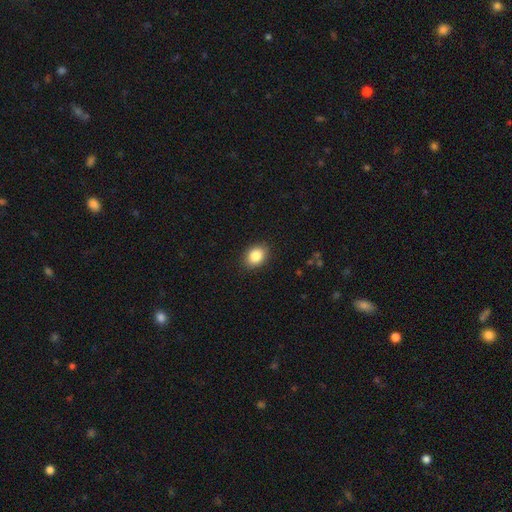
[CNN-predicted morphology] Smooth or featured? Predicted: smooth (p=0.86). How rounded? Predicted: in between (p=0.67). Merging? Predicted: none (p=0.88).